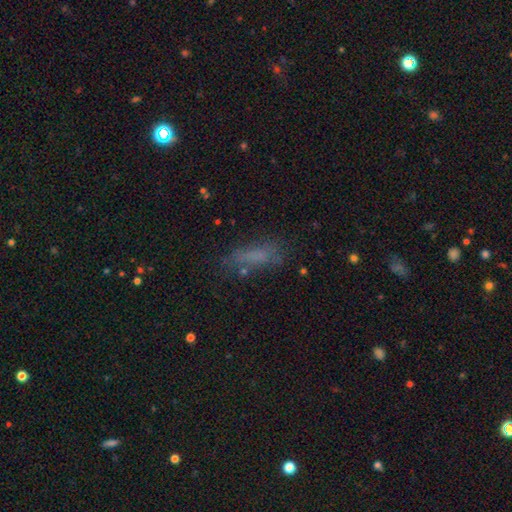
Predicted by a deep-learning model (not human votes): This appears to be a smooth galaxy with no disk features (60%) that is cigar-shaped (54%). Merging: none (60%).